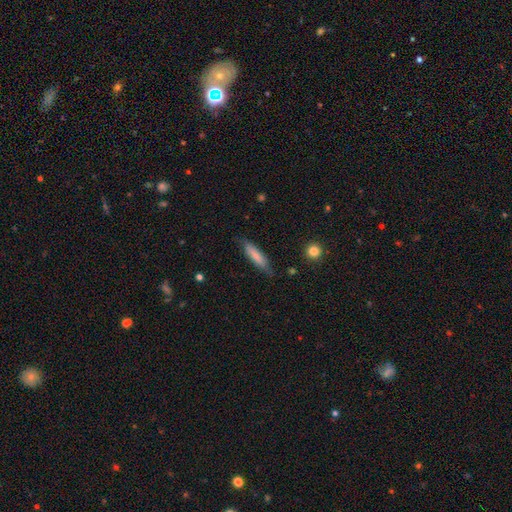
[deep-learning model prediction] This is likely a smooth galaxy (76%). How rounded: likely cigar-shaped (78%). Merging: likely none (77%).